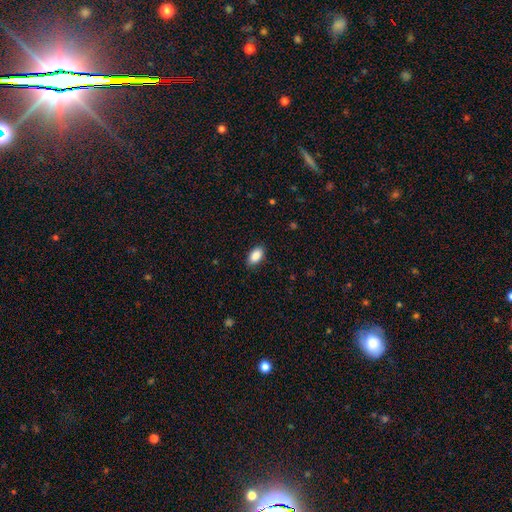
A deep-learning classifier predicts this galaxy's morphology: Q: Smooth or featured?
A: smooth (88%); runner-up: star or artifact (7%)
Q: How rounded?
A: in between (93%); runner-up: round (5%)
Q: Merging?
A: none (87%); runner-up: minor disturbance (10%)